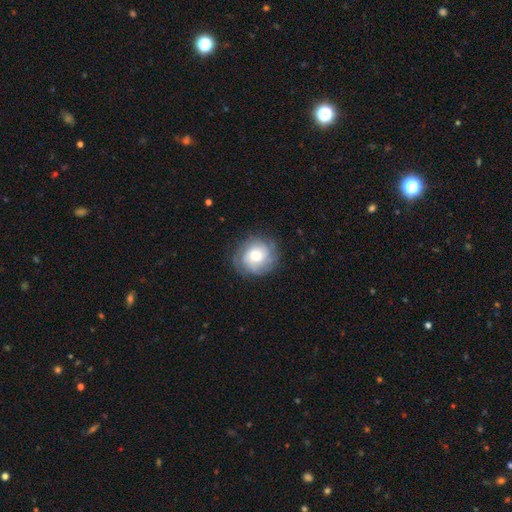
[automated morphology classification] smooth_or_featured: featured or disk (p=0.55) [alt: smooth p=0.37]
disk_edge_on: no (p=0.97) [alt: yes p=0.03]
bar: no (p=0.78) [alt: weak p=0.18]
has_spiral_arms: yes (p=0.86) [alt: no p=0.14]
bulge_size: moderate (p=0.61) [alt: large p=0.20]
merging: none (p=0.79) [alt: minor disturbance p=0.14]